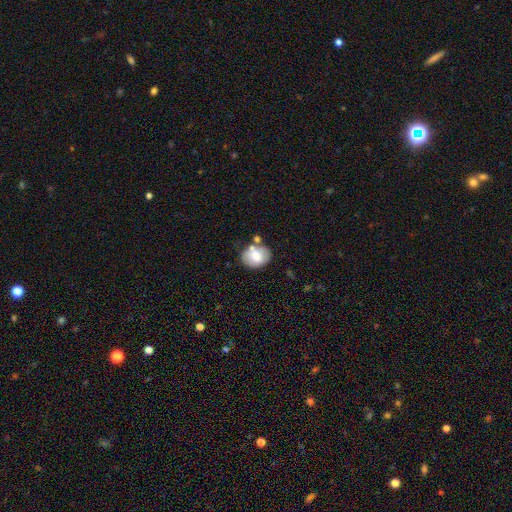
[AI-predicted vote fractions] This is likely a smooth galaxy (69%). How rounded: possibly in between (58%). Merging: likely none (63%).